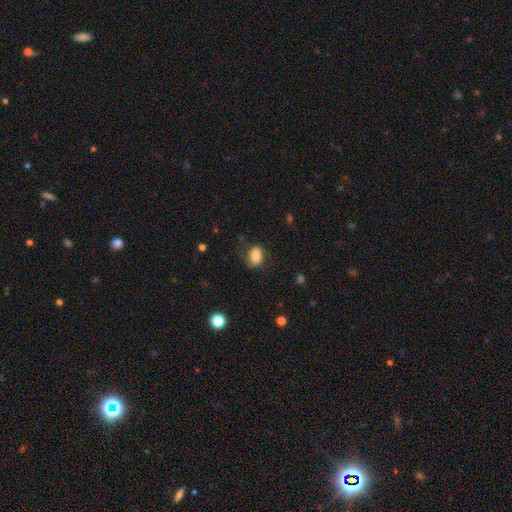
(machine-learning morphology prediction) Smooth or featured? smooth (81%)
How rounded? in between (67%)
Merging? none (74%)